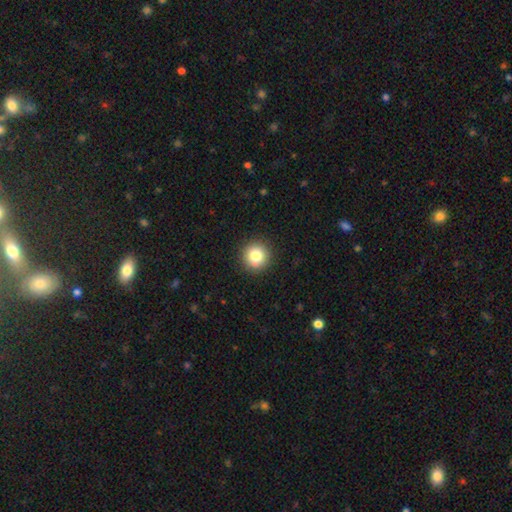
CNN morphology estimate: Smooth or featured? Predicted: smooth (p=0.81). How rounded? Predicted: round (p=0.94). Merging? Predicted: none (p=0.91).